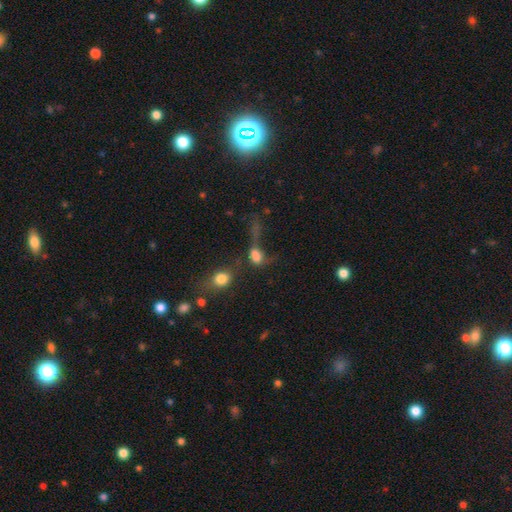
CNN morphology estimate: Smooth or featured?
  - smooth: 66% *
  - featured or disk: 19%
  - star or artifact: 15%
How rounded?
  - in between: 64% *
  - round: 31%
  - cigar-shaped: 5%
Merging?
  - merger: 36% *
  - major disturbance: 33%
  - none: 20%
  - minor disturbance: 11%